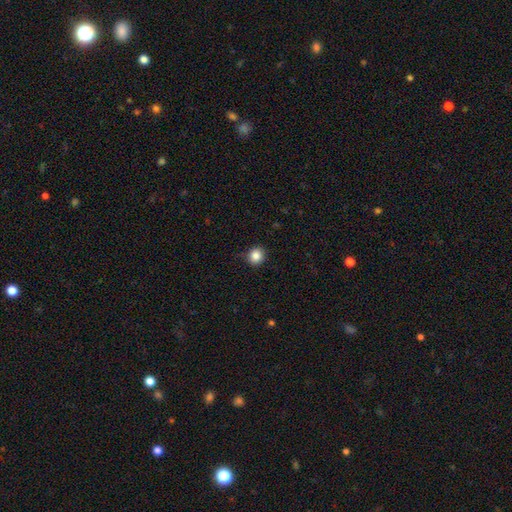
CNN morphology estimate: type=smooth (86%); roundness=round (87%); merging=none (87%).